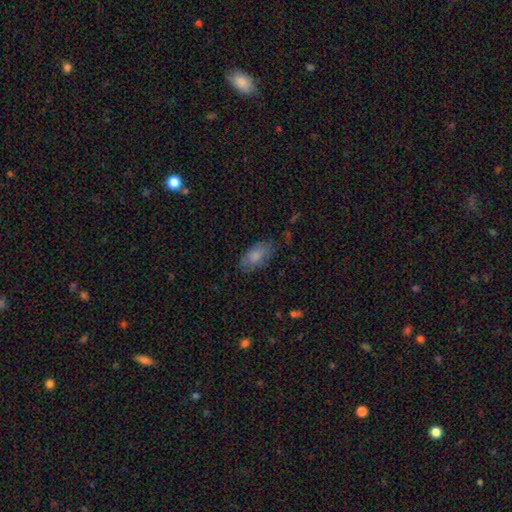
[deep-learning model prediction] A smooth galaxy with no disk features (79%) that is in between round and cigar-shaped (91%). Merging: none (74%).